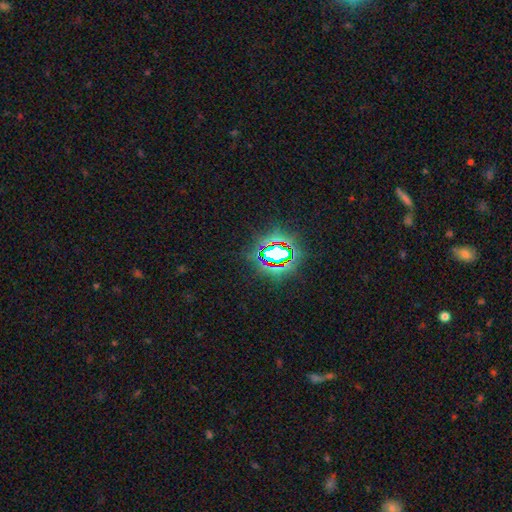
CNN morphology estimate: Smooth or featured: star or artifact — 79% (smooth — 12%)